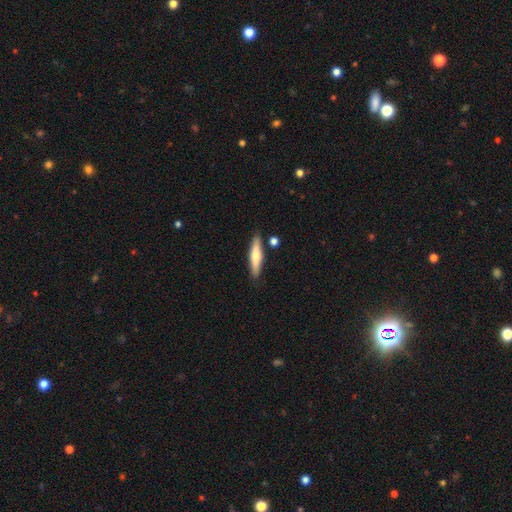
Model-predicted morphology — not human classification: This is possibly a smooth galaxy (60%). How rounded: likely cigar-shaped (79%). Merging: clearly none (84%).